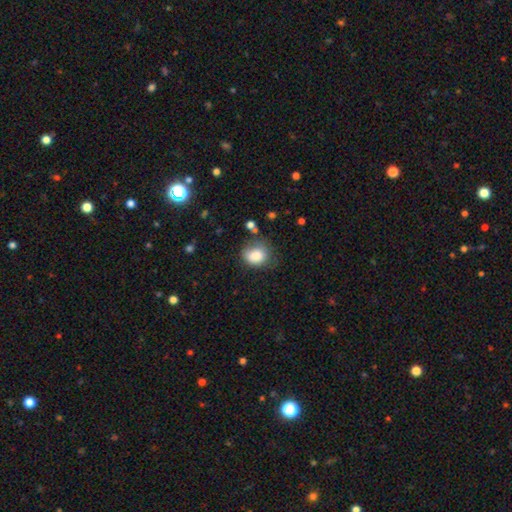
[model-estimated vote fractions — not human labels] Smooth or featured? Predicted: smooth (p=0.83). How rounded? Predicted: round (p=0.63). Merging? Predicted: none (p=0.54).